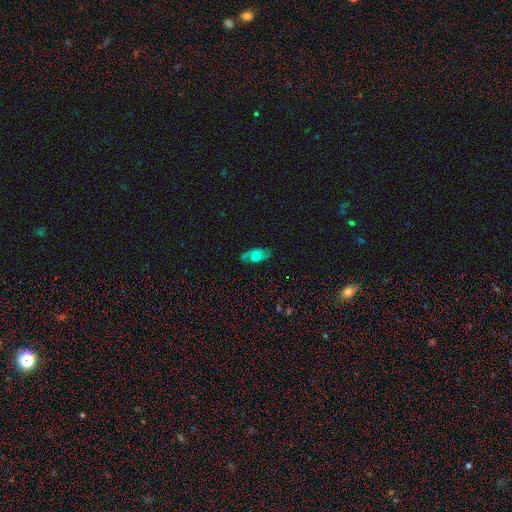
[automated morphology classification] A featured or disk galaxy (60%) with no bar (49%), spiral arms (87%) and a moderate central bulge (40%). Merging: none (77%).